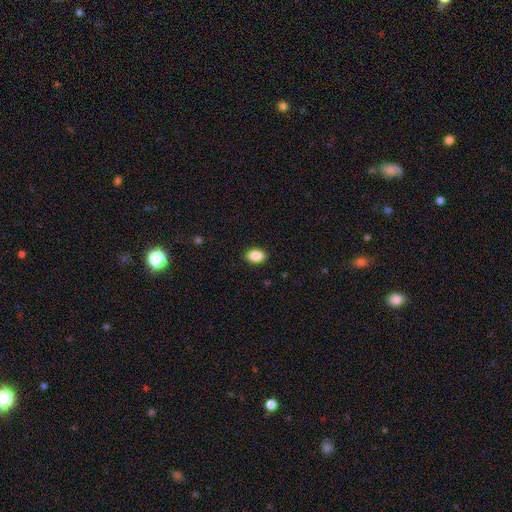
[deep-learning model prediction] This is clearly a smooth galaxy (88%). How rounded: clearly in between (82%). Merging: clearly none (90%).